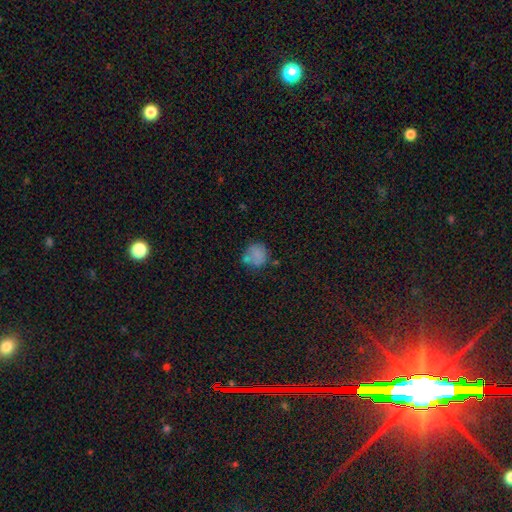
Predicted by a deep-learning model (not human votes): Smooth or featured? smooth (76%)
How rounded? round (83%)
Merging? none (60%)